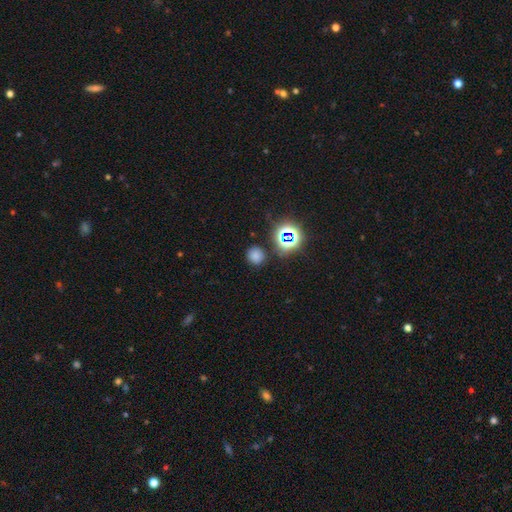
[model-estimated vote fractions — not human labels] Smooth or featured? smooth (69%)
How rounded? round (88%)
Merging? none (84%)